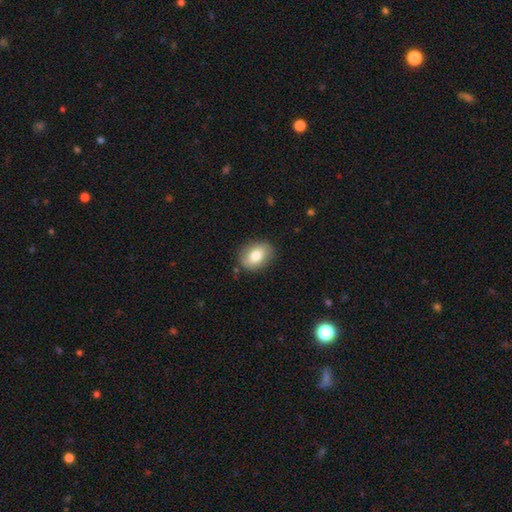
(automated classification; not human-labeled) smooth_or_featured: smooth (p=0.78) [alt: featured or disk p=0.15]
how_rounded: in between (p=0.76) [alt: round p=0.23]
merging: none (p=0.84) [alt: minor disturbance p=0.11]